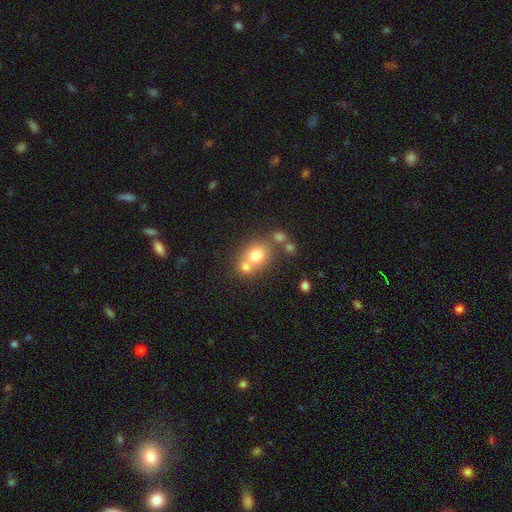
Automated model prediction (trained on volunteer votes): A smooth galaxy with no disk features (72%) that is round (65%).

Vote fractions:
- Smooth or featured? smooth: 72% / featured or disk: 16% / star or artifact: 12%
- How rounded? round: 65% / in between: 34% / cigar-shaped: 1%
- Merging? none: 46% / merger: 41% / minor disturbance: 9% / major disturbance: 4%